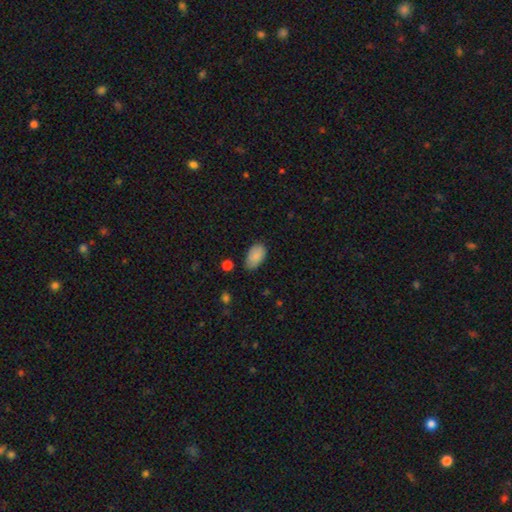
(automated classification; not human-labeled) Overall: smooth (85%). How rounded: in between (94%). Merging: none (75%).